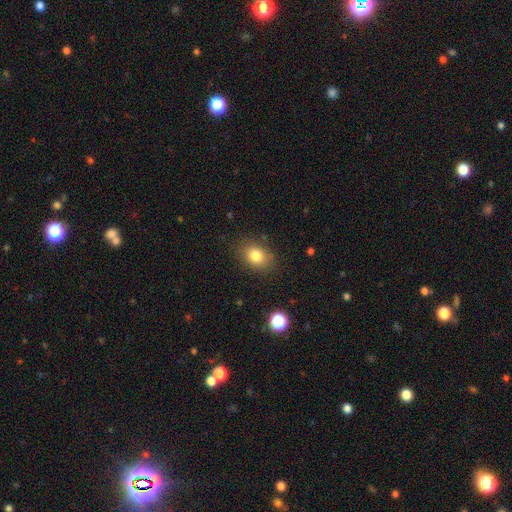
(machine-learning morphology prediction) A smooth galaxy with no disk features (81%) that is in between round and cigar-shaped (64%).

Vote fractions:
- Smooth or featured? smooth: 81% / star or artifact: 11% / featured or disk: 9%
- How rounded? in between: 64% / round: 35% / cigar-shaped: 1%
- Merging? none: 83% / minor disturbance: 12% / major disturbance: 4% / merger: 1%